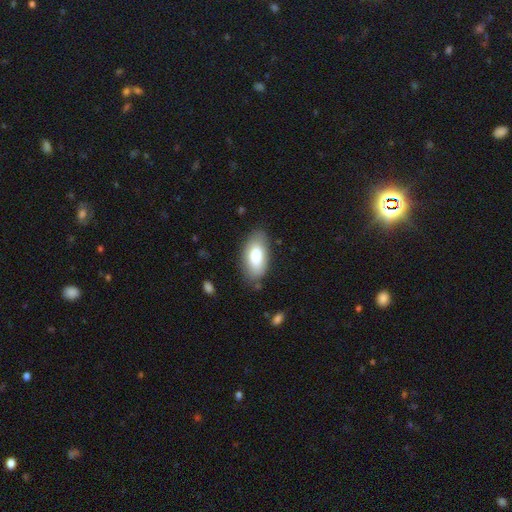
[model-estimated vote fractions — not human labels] smooth-or-featured: smooth: 77% | featured or disk: 17% | star or artifact: 7%
  how-rounded: in between: 93% | cigar-shaped: 4% | round: 3%
  merging: none: 81% | minor disturbance: 13% | major disturbance: 4% | merger: 2%